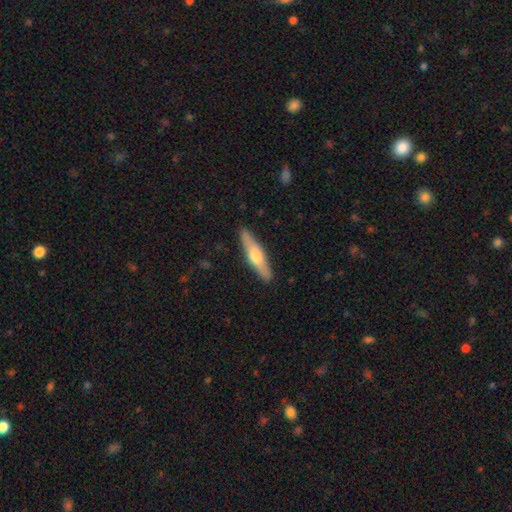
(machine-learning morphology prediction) Smooth or featured? Predicted: featured or disk (p=0.49). Merging? Predicted: none (p=0.89).